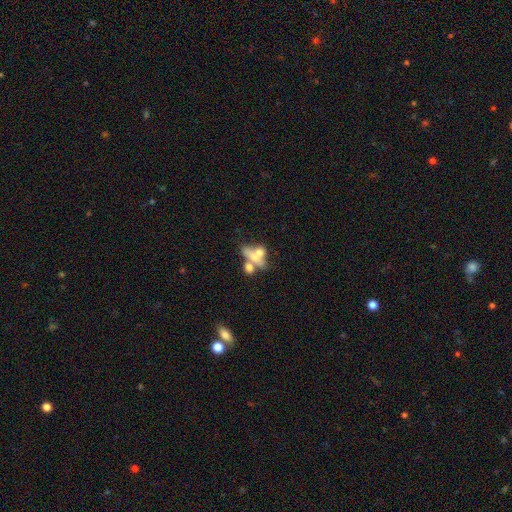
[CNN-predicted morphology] Overall: smooth (49%; featured or disk 38%). Merging: merger (59%; none 20%).